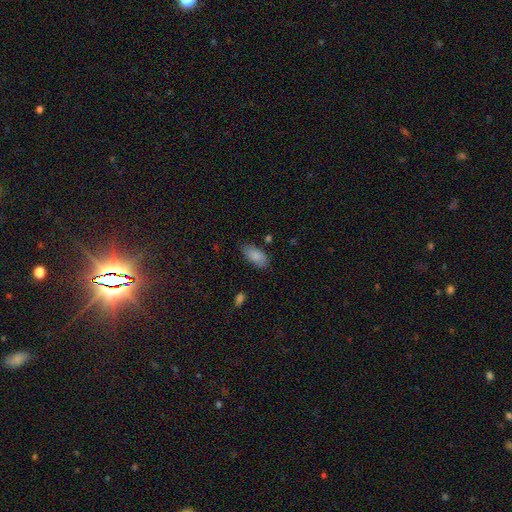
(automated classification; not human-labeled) Smooth or featured? Predicted: smooth (p=0.86). How rounded? Predicted: in between (p=0.91). Merging? Predicted: none (p=0.76).